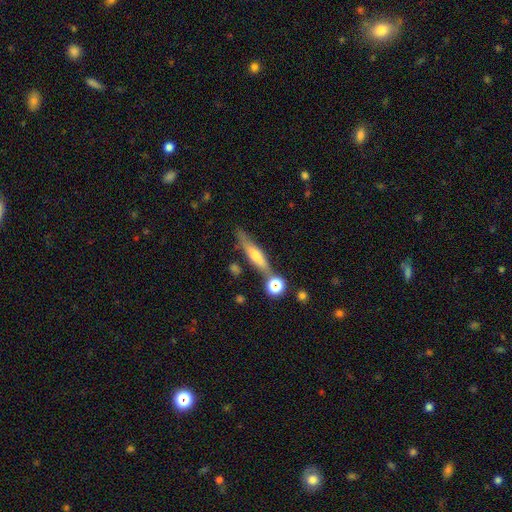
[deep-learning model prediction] Smooth or featured? featured or disk (48%)
Merging? none (68%)